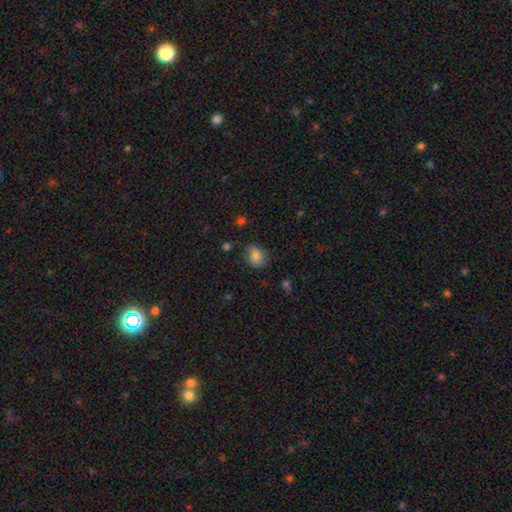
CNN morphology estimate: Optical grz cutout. It shows a smooth galaxy with no disk features (80%) that is round (50%). Merging: none (68%).